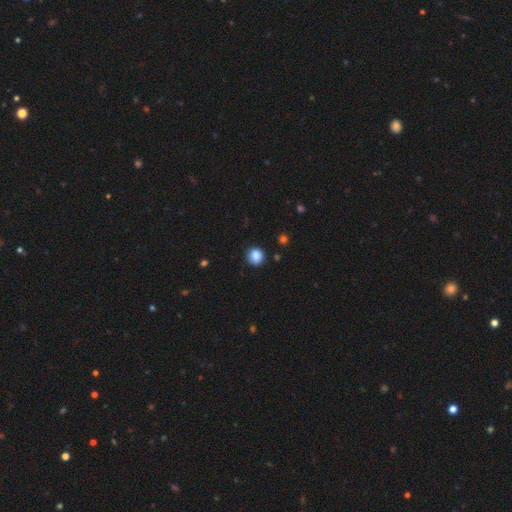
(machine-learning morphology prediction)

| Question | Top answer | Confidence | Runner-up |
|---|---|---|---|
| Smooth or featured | smooth | 87% | star or artifact (10%) |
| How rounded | round | 86% | in between (13%) |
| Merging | none | 89% | minor disturbance (8%) |